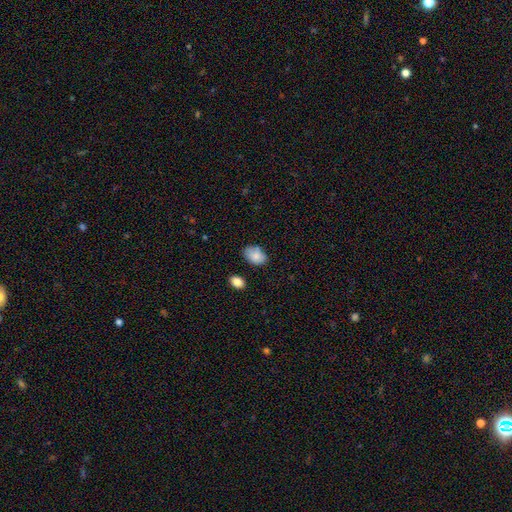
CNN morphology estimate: Q: Smooth or featured?
A: smooth (84%); runner-up: featured or disk (8%)
Q: How rounded?
A: in between (84%); runner-up: round (15%)
Q: Merging?
A: none (67%); runner-up: minor disturbance (24%)